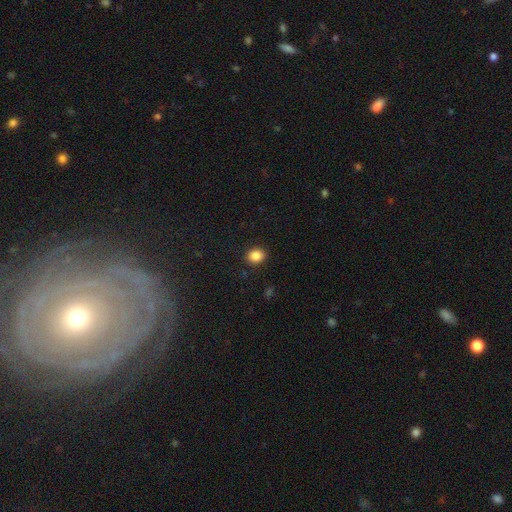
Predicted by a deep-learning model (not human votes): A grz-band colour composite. It shows a smooth galaxy with no disk features (87%) that is round (61%). Merging: none (91%).